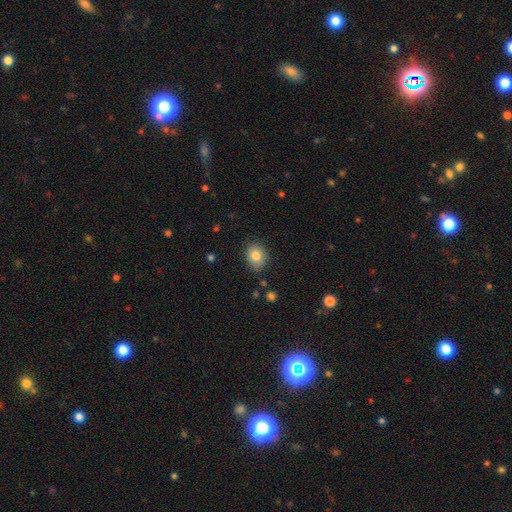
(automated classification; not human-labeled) Smooth or featured: smooth — 81% (featured or disk — 10%)
How rounded: in between — 51% (round — 48%)
Merging: none — 81% (minor disturbance — 14%)